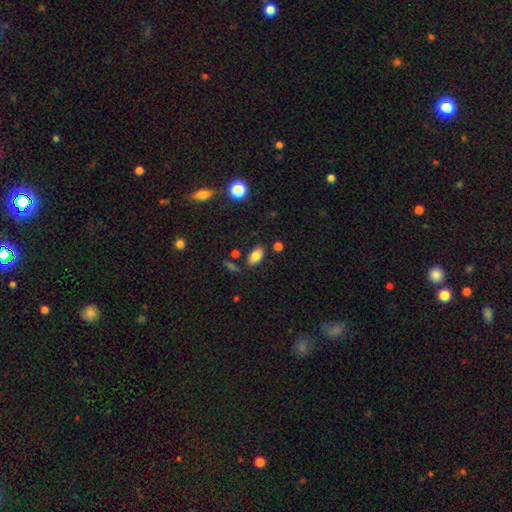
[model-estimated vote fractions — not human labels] Overall: smooth (81%). How rounded: in between (91%). Merging: none (81%).